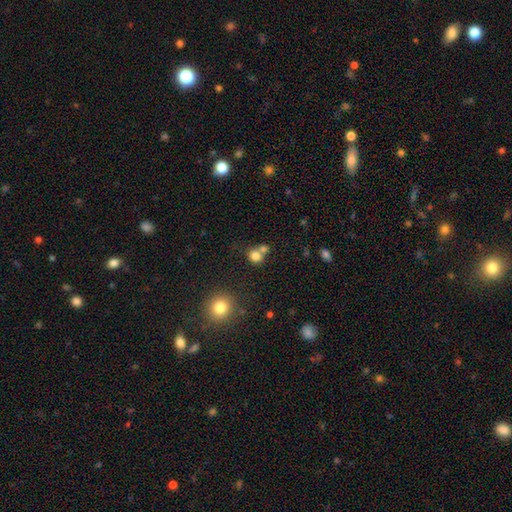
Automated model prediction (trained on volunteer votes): smooth_or_featured: smooth (p=0.79) [alt: star or artifact p=0.12]
how_rounded: round (p=0.77) [alt: in between p=0.22]
merging: none (p=0.46) [alt: merger p=0.42]